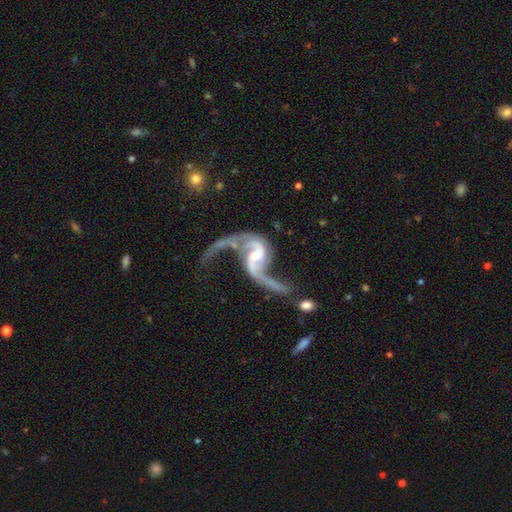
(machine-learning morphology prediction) This is clearly a featured or disk galaxy (92%). It is clearly not viewed edge-on (97%). Bar: possibly weak (49%). Spiral arm pattern: clearly yes (97%). Spiral arm count: clearly 2 (92%). Spiral winding: clearly loose (84%). Central bulge: marginally small (43%). Merging: marginally none (41%).